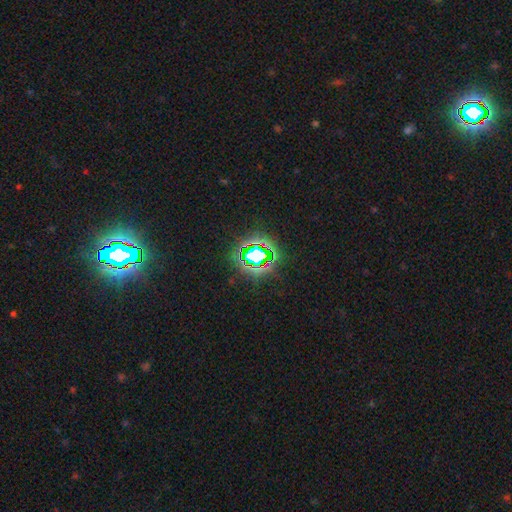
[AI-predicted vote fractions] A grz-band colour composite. It shows a star or artifact, not a galaxy (80%).